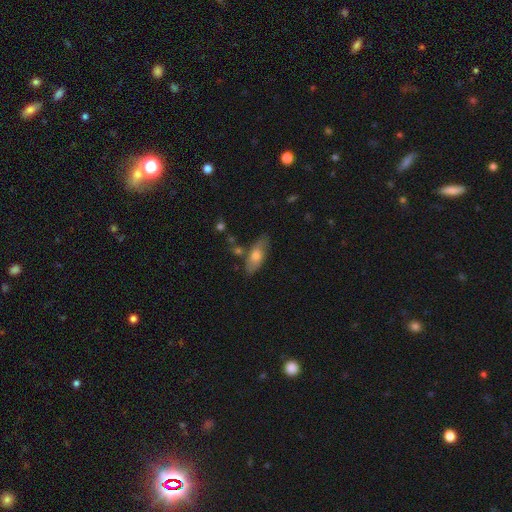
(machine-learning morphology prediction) A smooth galaxy with no disk features (66%) that is in between round and cigar-shaped (71%).

Vote fractions:
- Smooth or featured? smooth: 66% / featured or disk: 27% / star or artifact: 7%
- How rounded? in between: 71% / cigar-shaped: 26% / round: 3%
- Merging? none: 71% / minor disturbance: 17% / merger: 7% / major disturbance: 4%